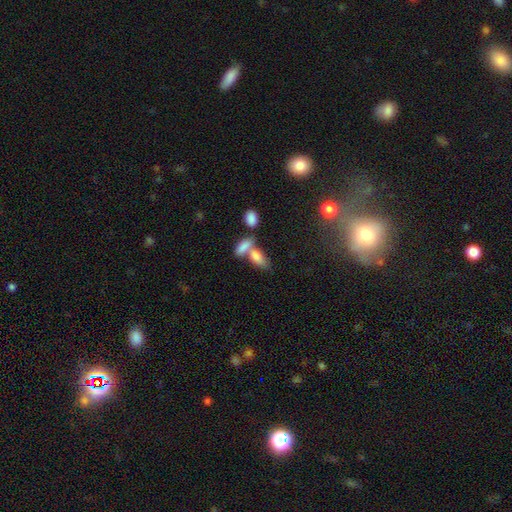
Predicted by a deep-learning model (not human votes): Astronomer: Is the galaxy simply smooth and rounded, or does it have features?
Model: smooth — 80%.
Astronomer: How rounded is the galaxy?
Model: in between — 85%.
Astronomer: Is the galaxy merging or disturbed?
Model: merger — 57%.